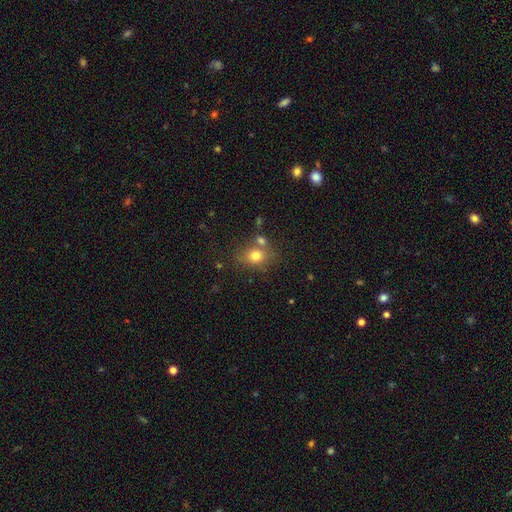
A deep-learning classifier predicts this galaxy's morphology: The model was most divided on "how rounded": round: 56%, in between: 43%, cigar-shaped: 1%. More confident: smooth or featured — smooth (76%); merging — none (59%).